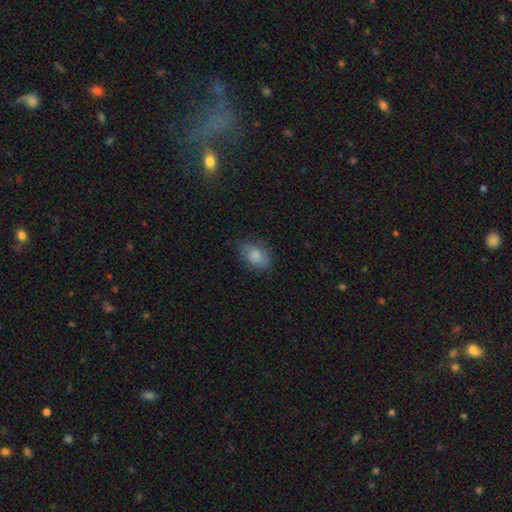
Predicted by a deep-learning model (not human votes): Smooth or featured? Predicted: smooth (p=0.83). How rounded? Predicted: in between (p=0.86). Merging? Predicted: none (p=0.76).